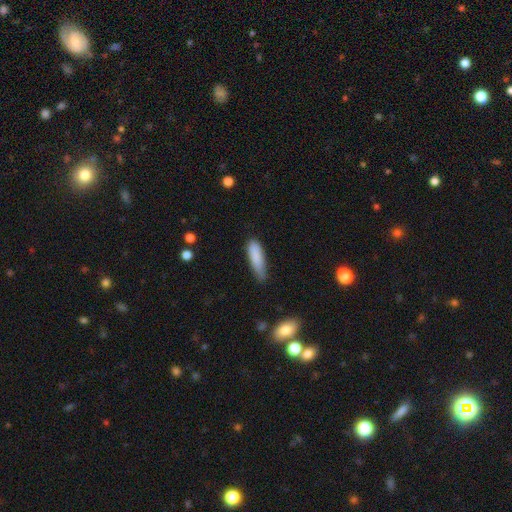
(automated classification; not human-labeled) Overall: smooth (86%). How rounded: cigar-shaped (61%; in between 38%). Merging: none (59%; minor disturbance 33%).